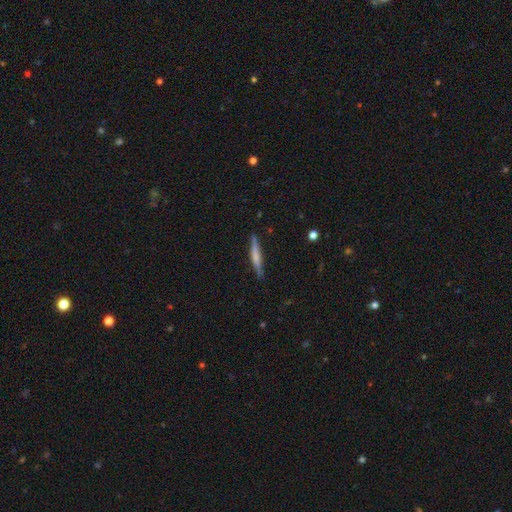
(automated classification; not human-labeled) This is possibly a smooth galaxy (56%). How rounded: clearly cigar-shaped (94%). Merging: clearly none (83%).